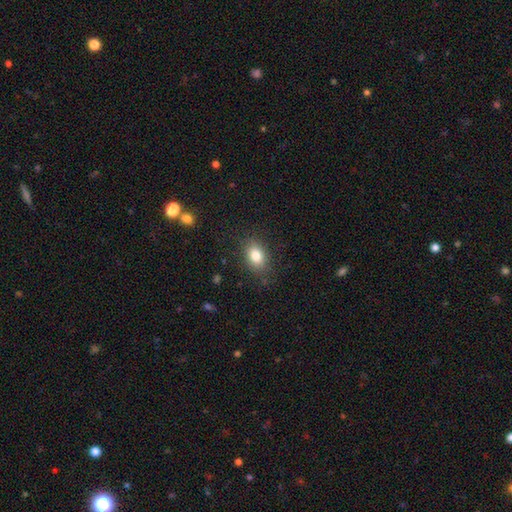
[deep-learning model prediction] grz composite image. It shows a smooth galaxy with no disk features (82%) that is in between round and cigar-shaped (79%). Merging: none (83%).